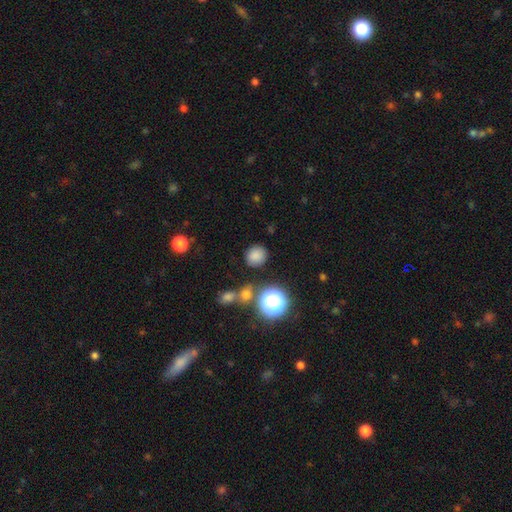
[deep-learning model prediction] Morphology: type=smooth (81%); roundness=round (83%); merging=none (83%).